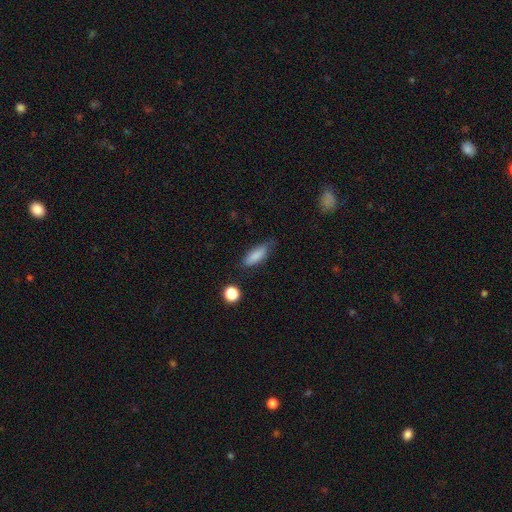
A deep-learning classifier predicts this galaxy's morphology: Smooth or featured: smooth — 84% (featured or disk — 8%)
How rounded: in between — 64% (cigar-shaped — 33%)
Merging: none — 67% (minor disturbance — 25%)